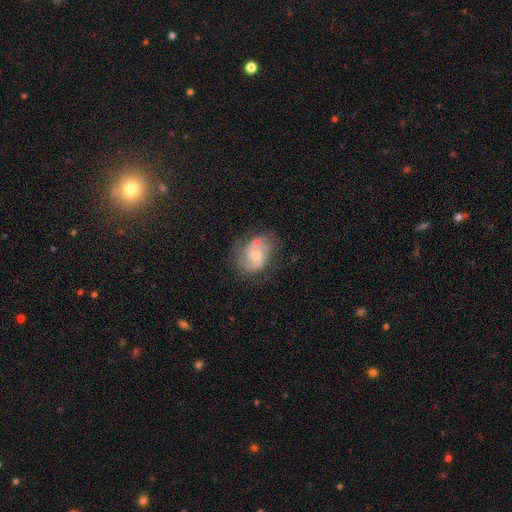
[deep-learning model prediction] Smooth or featured?
  - featured or disk: 71% *
  - smooth: 22%
  - star or artifact: 7%
Edge-on disk?
  - no: 97% *
  - yes: 3%
Bar?
  - no: 68% *
  - weak: 28%
  - strong: 4%
Spiral arms?
  - yes: 86% *
  - no: 14%
Spiral winding?
  - medium: 49% *
  - tight: 27%
  - loose: 24%
Spiral arm count?
  - 2: 76% *
  - can't tell: 12%
  - 3: 5%
  - 1: 4%
  - 4: 1%
  - more than 4: 1%
Bulge size?
  - moderate: 49% *
  - small: 45%
  - none: 2%
  - large: 2%
  - dominant: 1%
Merging?
  - none: 50% *
  - minor disturbance: 21%
  - merger: 18%
  - major disturbance: 10%